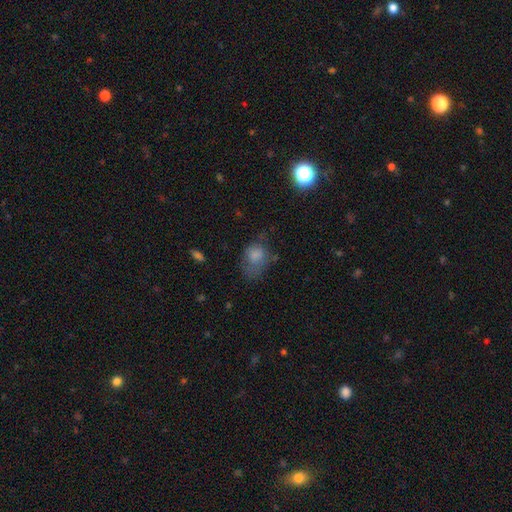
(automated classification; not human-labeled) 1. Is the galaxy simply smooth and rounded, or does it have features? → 74% smooth, 15% featured or disk, 11% star or artifact.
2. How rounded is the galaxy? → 65% in between, 34% round, 1% cigar-shaped.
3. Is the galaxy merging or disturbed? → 34% none, 32% major disturbance, 30% minor disturbance, 4% merger.